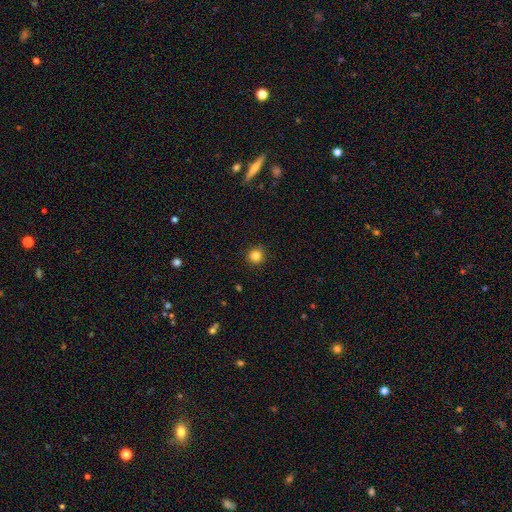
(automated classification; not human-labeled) The model was most divided on "smooth or featured": smooth: 84%, star or artifact: 12%, featured or disk: 4%. More confident: how rounded — round (94%); merging — none (91%).